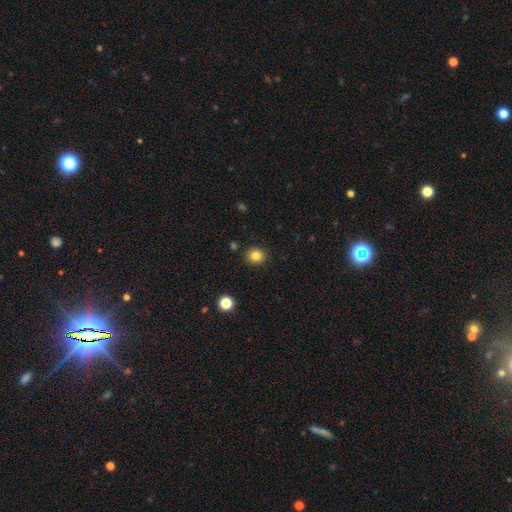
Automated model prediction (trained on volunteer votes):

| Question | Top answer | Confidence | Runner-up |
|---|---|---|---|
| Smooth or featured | smooth | 83% | star or artifact (12%) |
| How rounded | round | 82% | in between (17%) |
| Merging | none | 90% | minor disturbance (7%) |